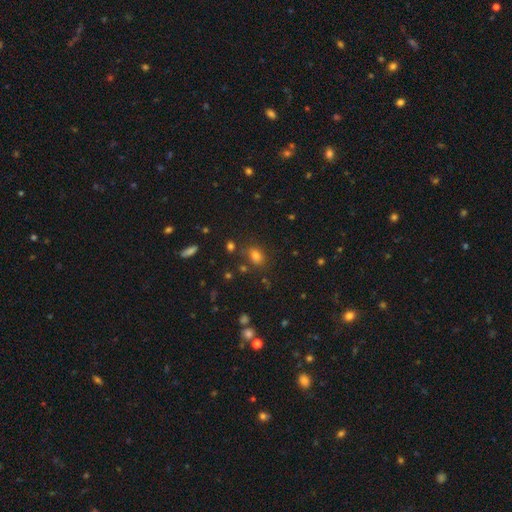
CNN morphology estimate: Smooth or featured? smooth (71%)
How rounded? in between (63%)
Merging? none (73%)